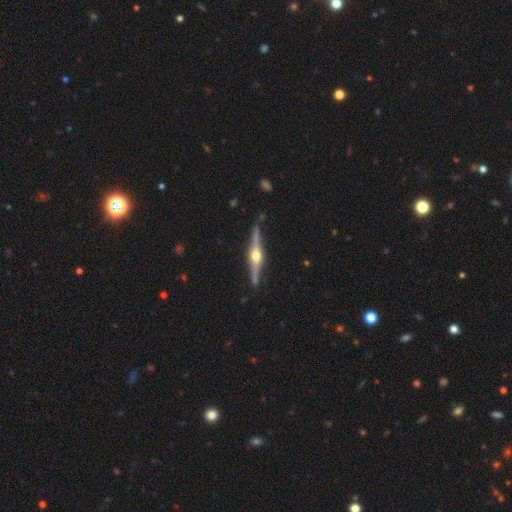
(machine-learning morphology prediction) Smooth or featured? Predicted: featured or disk (p=0.86). Edge-on disk? Predicted: yes (p=0.98). Edge-on bulge? Predicted: rounded (p=0.95). Merging? Predicted: none (p=0.87).